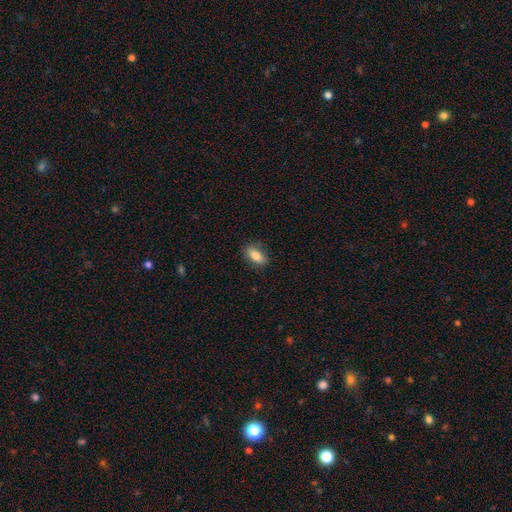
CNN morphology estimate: Overall: smooth (78%). How rounded: in between (83%). Merging: none (83%).